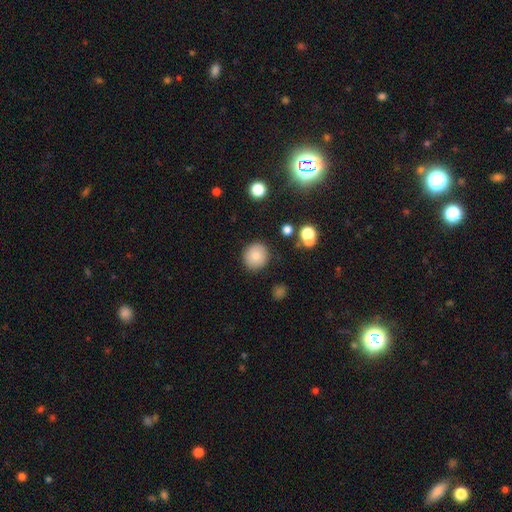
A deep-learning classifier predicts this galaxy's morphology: smooth 80%, featured or disk 10%, star or artifact 10%. Down the decision tree: how rounded — round (91%); merging — none (87%).